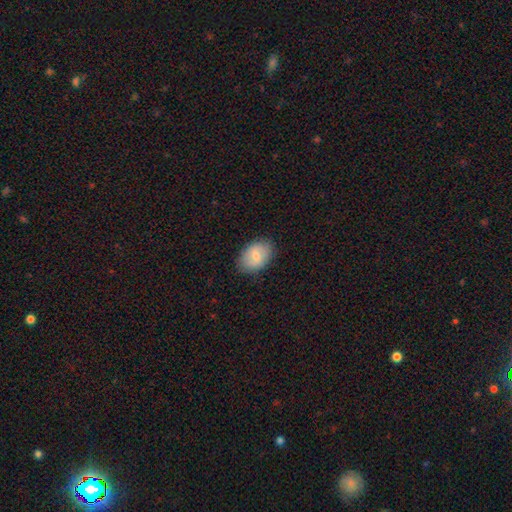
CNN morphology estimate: A smooth galaxy with no disk features (71%) that is in between round and cigar-shaped (81%). Merging: none (85%).